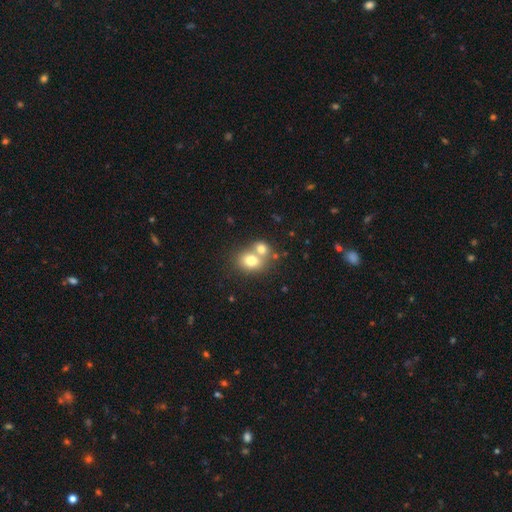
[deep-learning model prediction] Morphology: type=smooth (72%); roundness=round (61%); merging=merger (52%).